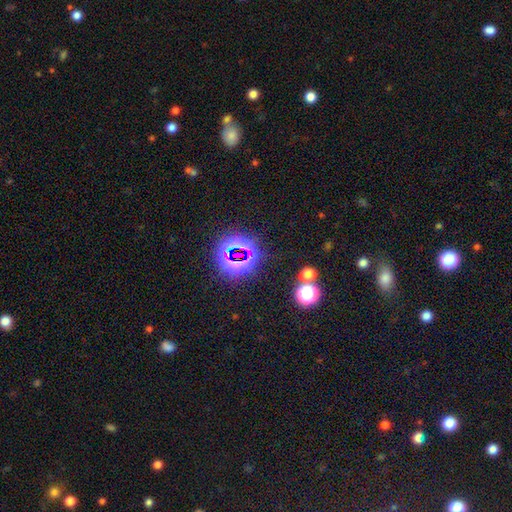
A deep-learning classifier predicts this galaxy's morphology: smooth_or_featured: star or artifact (p=0.78) [alt: smooth p=0.15]